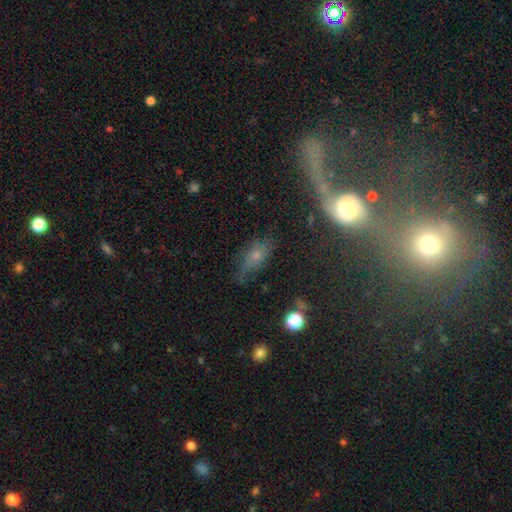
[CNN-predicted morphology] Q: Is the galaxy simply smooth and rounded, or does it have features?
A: smooth — 51%.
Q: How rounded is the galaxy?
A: in between — 70%.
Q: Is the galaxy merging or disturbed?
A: none — 59%.